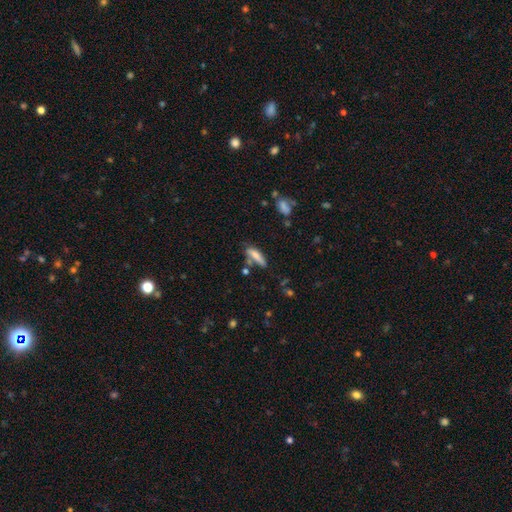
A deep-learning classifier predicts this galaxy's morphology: This appears to be a smooth galaxy with no disk features (74%) that is cigar-shaped (58%). Merging: none (56%).